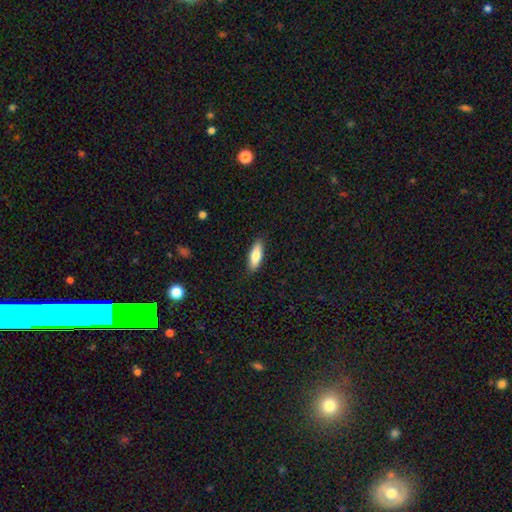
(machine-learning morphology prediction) Smooth or featured? Predicted: smooth (p=0.77). How rounded? Predicted: in between (p=0.58). Merging? Predicted: none (p=0.87).